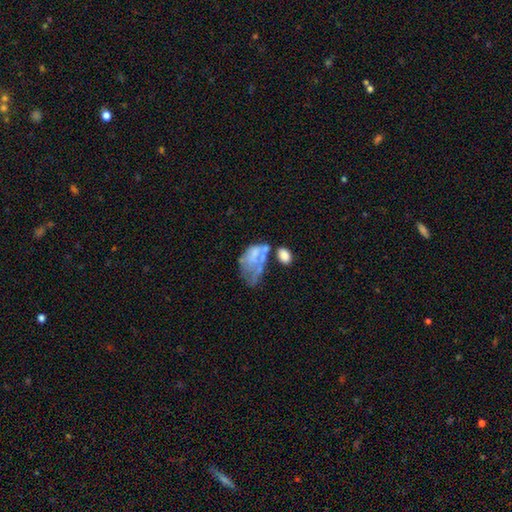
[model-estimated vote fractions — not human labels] Smooth or featured?
  - smooth: 46% *
  - featured or disk: 44%
  - star or artifact: 10%
Merging?
  - major disturbance: 38% *
  - merger: 30%
  - minor disturbance: 18%
  - none: 15%